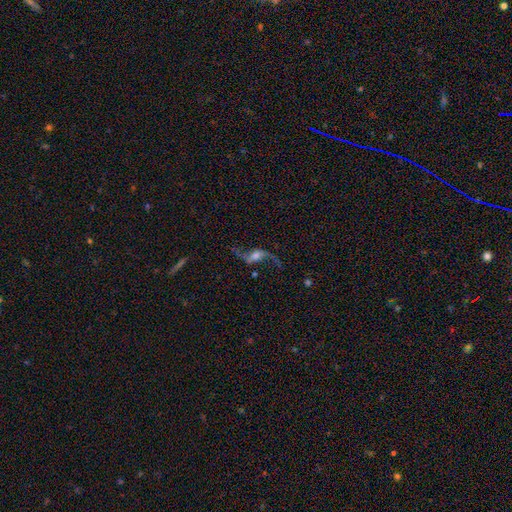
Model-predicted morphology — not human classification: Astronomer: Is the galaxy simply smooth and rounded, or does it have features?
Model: featured or disk — 84%.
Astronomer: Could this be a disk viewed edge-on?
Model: no — 93%.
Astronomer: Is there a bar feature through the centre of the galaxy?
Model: no — 43% (runner-up: weak, 38%).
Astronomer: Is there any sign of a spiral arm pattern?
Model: yes — 94%.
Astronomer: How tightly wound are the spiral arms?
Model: loose — 91%.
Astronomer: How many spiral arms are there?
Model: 2 — 93%.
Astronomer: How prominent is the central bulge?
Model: moderate — 50% (runner-up: small, 29%).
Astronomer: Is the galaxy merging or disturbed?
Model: none — 70%.